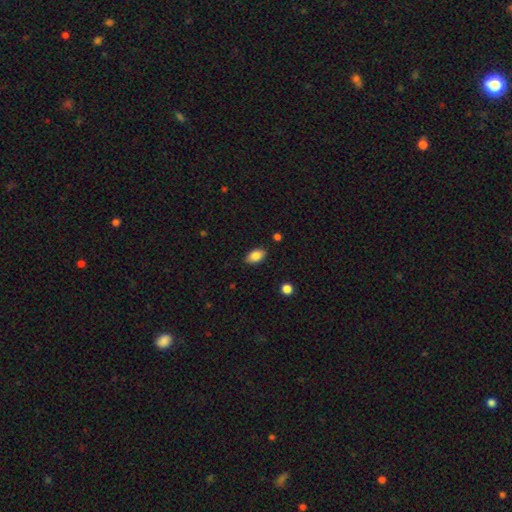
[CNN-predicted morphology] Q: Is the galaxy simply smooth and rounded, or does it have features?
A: smooth — 85%.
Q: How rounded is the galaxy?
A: in between — 91%.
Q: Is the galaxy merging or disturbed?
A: none — 84%.